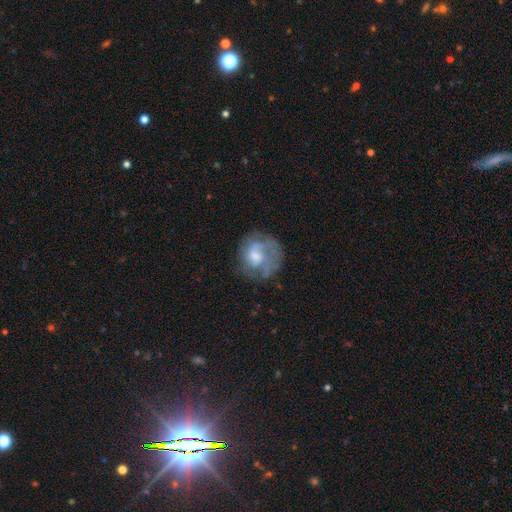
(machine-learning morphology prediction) type=featured or disk (56%); edge-on=no (97%); bar=no (61%); spiral arms=yes (64%); bulge=moderate (49%); merging=none (55%).